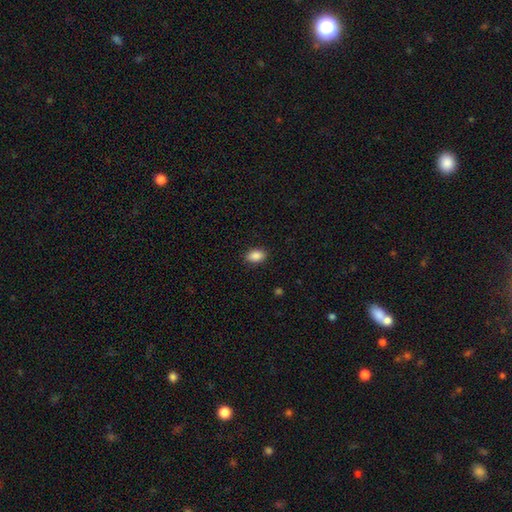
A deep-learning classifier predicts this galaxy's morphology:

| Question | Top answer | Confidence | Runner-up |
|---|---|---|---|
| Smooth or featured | smooth | 88% | star or artifact (8%) |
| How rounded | in between | 88% | round (11%) |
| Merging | none | 89% | minor disturbance (8%) |